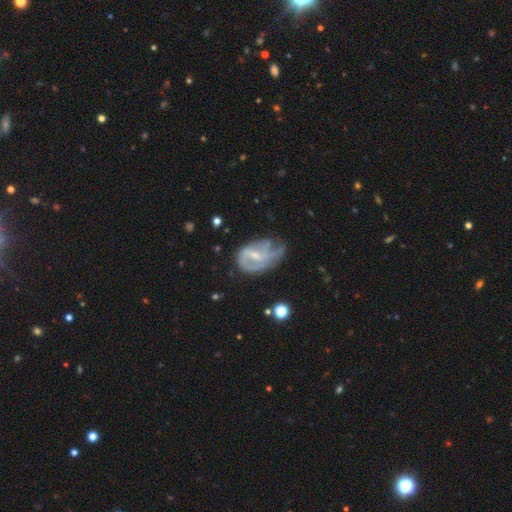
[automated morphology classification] Smooth or featured? Predicted: featured or disk (p=0.70). Edge-on disk? Predicted: no (p=0.97). Bar? Predicted: weak (p=0.50). Spiral arms? Predicted: yes (p=0.73). Bulge size? Predicted: small (p=0.54). Merging? Predicted: major disturbance (p=0.34).